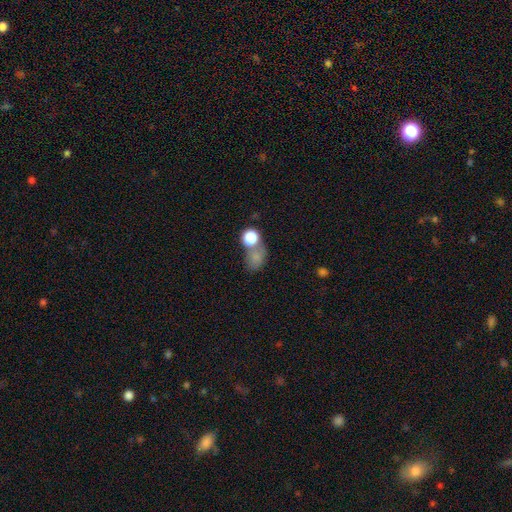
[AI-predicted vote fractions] Morphology: type=smooth (74%); roundness=round (51%); merging=merger (38%).